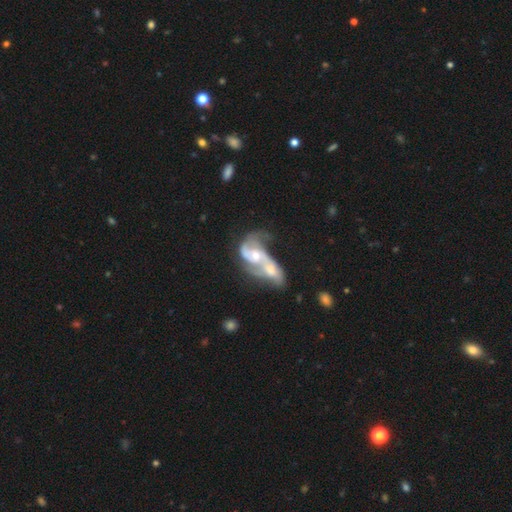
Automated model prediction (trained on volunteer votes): smooth-or-featured: featured or disk: 74% | smooth: 20% | star or artifact: 6%
  disk-edge-on: no: 97% | yes: 3%
    bar: no: 62% | weak: 29% | strong: 8%
    has-spiral-arms: yes: 79% | no: 21%
      spiral-winding: loose: 45% | medium: 39% | tight: 16%
      spiral-arm-count: 2: 68% | can't tell: 16% | 1: 9% | 3: 4% | 4: 1% | more than 4: 1%
    bulge-size: moderate: 60% | small: 29% | large: 6% | none: 4% | dominant: 1%
  merging: merger: 78% | major disturbance: 10% | none: 7% | minor disturbance: 5%